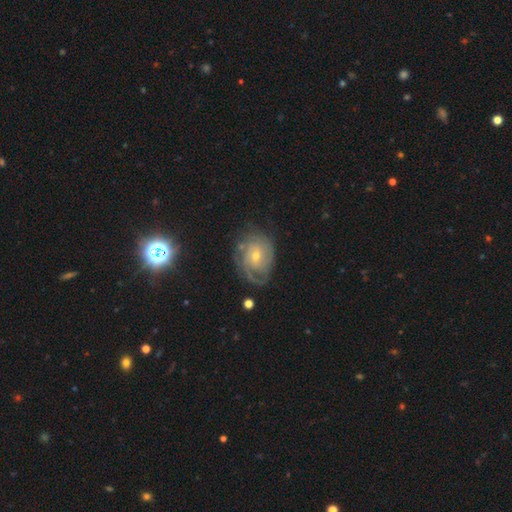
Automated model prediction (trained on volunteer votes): Q: Smooth or featured?
A: featured or disk (78%); runner-up: smooth (13%)
Q: Edge-on disk?
A: no (97%); runner-up: yes (3%)
Q: Bar?
A: no (68%); runner-up: weak (27%)
Q: Spiral arms?
A: yes (92%); runner-up: no (8%)
Q: Spiral winding?
A: tight (65%); runner-up: medium (27%)
Q: Spiral arm count?
A: can't tell (40%); runner-up: 2 (23%)
Q: Bulge size?
A: small (60%); runner-up: moderate (37%)
Q: Merging?
A: none (66%); runner-up: minor disturbance (21%)